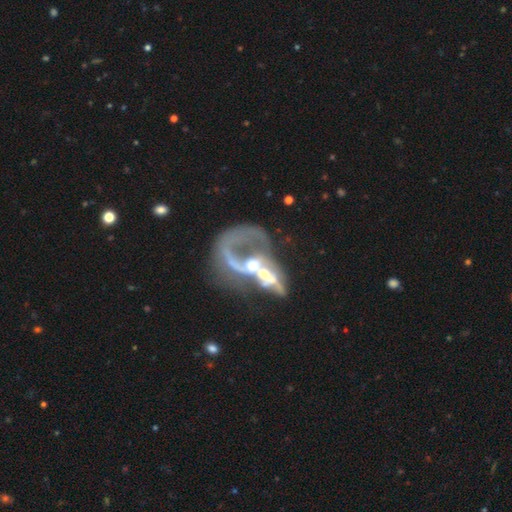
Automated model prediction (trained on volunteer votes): Smooth or featured?
  - featured or disk: 76% *
  - smooth: 15%
  - star or artifact: 9%
Edge-on disk?
  - no: 94% *
  - yes: 6%
Bar?
  - no: 59% *
  - weak: 26%
  - strong: 15%
Spiral arms?
  - yes: 61% *
  - no: 39%
Bulge size?
  - moderate: 49% *
  - small: 32%
  - none: 9%
  - large: 8%
  - dominant: 3%
Merging?
  - merger: 72% *
  - major disturbance: 14%
  - none: 9%
  - minor disturbance: 5%